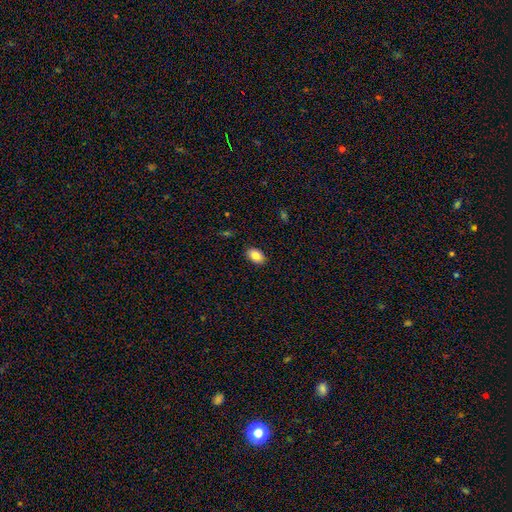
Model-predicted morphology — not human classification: Smooth or featured?
  - smooth: 80% *
  - featured or disk: 10%
  - star or artifact: 10%
How rounded?
  - in between: 86% *
  - round: 12%
  - cigar-shaped: 1%
Merging?
  - none: 86% *
  - minor disturbance: 11%
  - major disturbance: 2%
  - merger: 1%